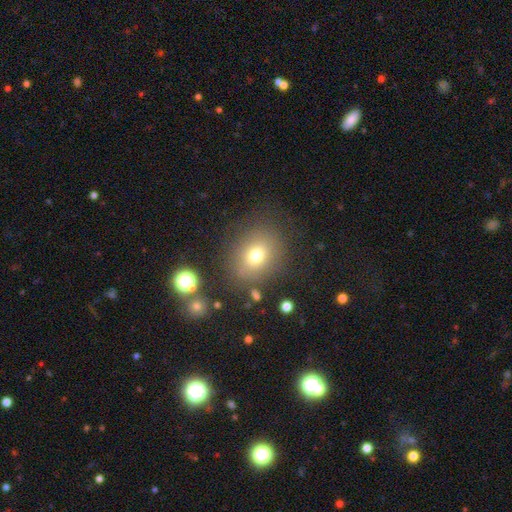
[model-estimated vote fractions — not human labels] Smooth or featured? smooth (72%)
How rounded? round (58%)
Merging? none (78%)